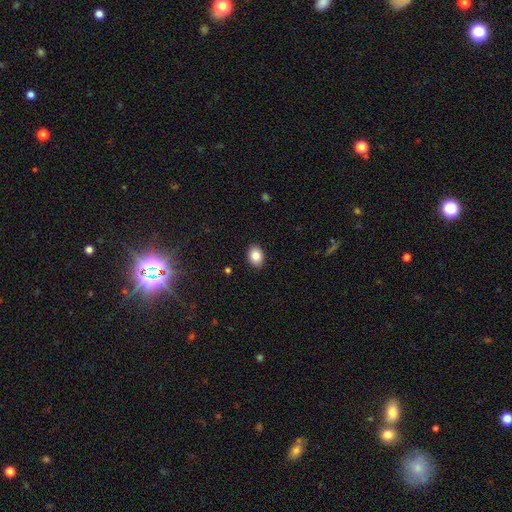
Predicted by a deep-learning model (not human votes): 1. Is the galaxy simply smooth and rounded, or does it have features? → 85% smooth, 9% star or artifact, 7% featured or disk.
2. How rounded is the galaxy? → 67% in between, 32% round, 1% cigar-shaped.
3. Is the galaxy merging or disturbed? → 90% none, 7% minor disturbance, 2% major disturbance, 1% merger.